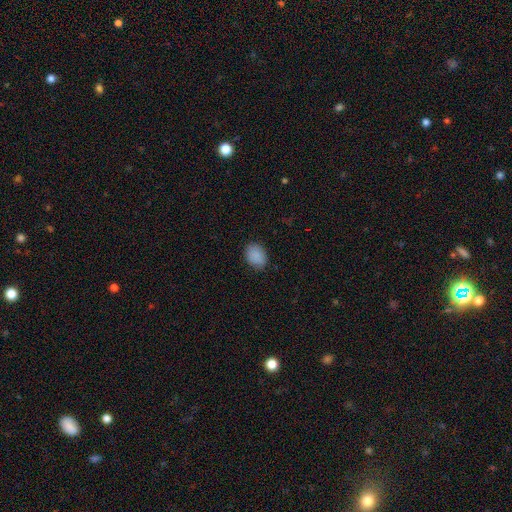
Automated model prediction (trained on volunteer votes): Smooth or featured? smooth (89%)
How rounded? in between (67%)
Merging? none (84%)